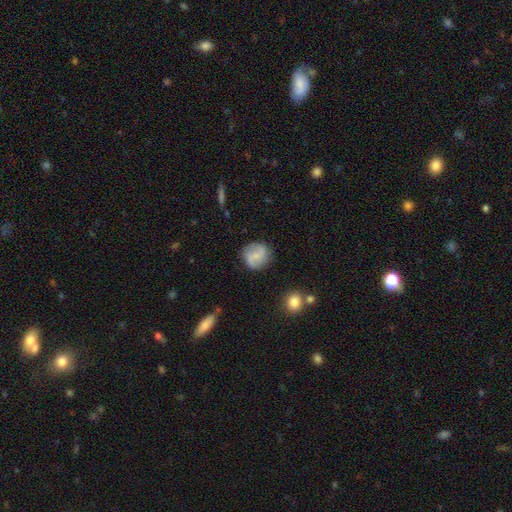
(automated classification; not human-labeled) Q: Smooth or featured?
A: featured or disk (49%); runner-up: smooth (43%)
Q: Merging?
A: none (80%); runner-up: minor disturbance (13%)